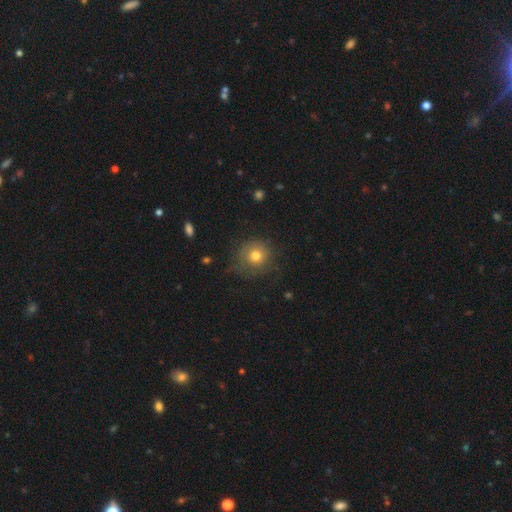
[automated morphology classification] smooth_or_featured: smooth (p=0.74) [alt: featured or disk p=0.15]
how_rounded: round (p=0.91) [alt: in between p=0.08]
merging: none (p=0.72) [alt: minor disturbance p=0.18]